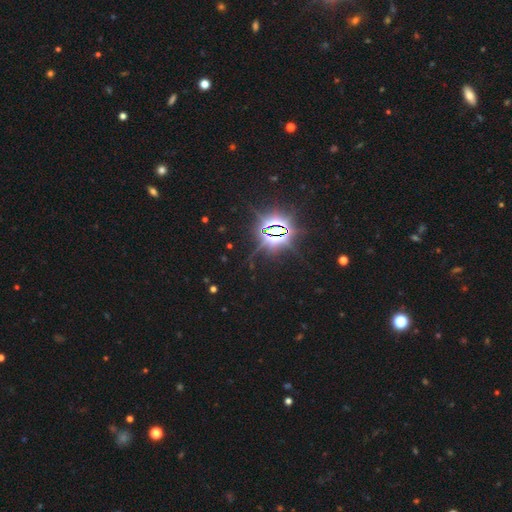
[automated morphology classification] Smooth or featured? Predicted: star or artifact (p=0.86).